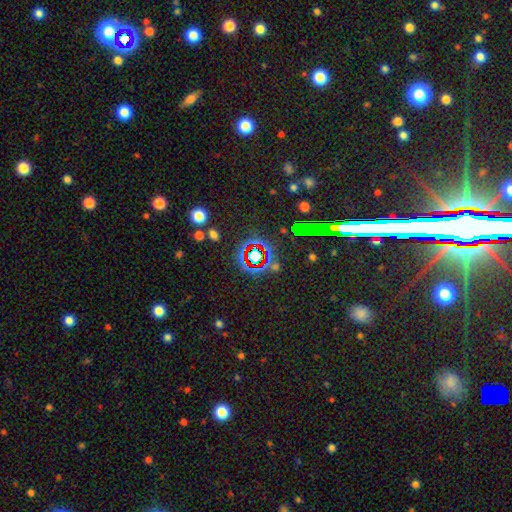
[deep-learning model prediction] Smooth or featured?
  - star or artifact: 68% *
  - smooth: 21%
  - featured or disk: 11%